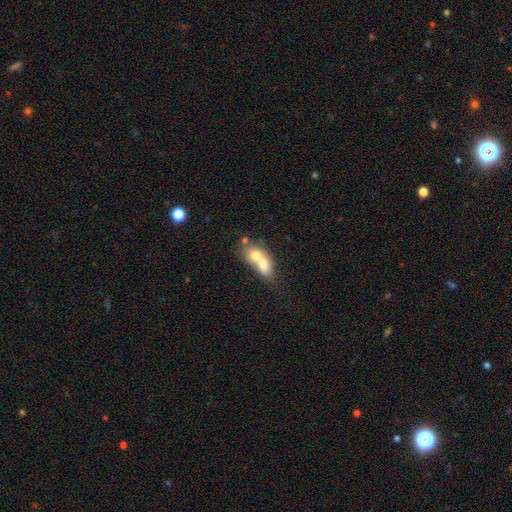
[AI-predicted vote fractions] Smooth or featured? Predicted: smooth (p=0.65). How rounded? Predicted: in between (p=0.65). Merging? Predicted: merger (p=0.76).